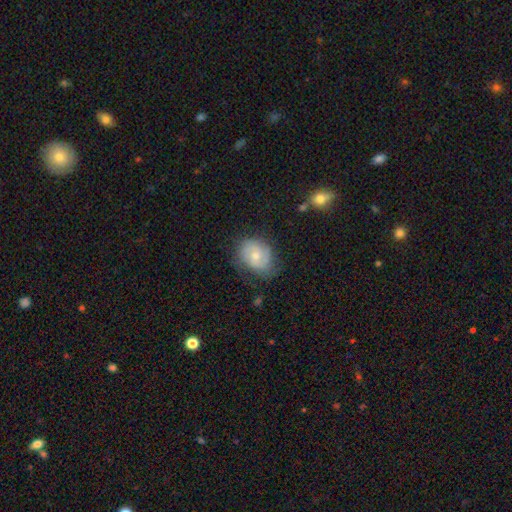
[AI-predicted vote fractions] This is possibly a smooth galaxy (47%). Merging: likely none (61%).